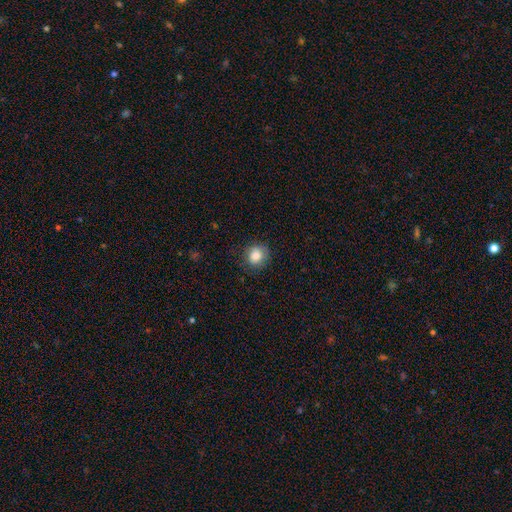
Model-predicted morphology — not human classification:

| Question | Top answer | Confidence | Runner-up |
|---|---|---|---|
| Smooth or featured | smooth | 81% | star or artifact (9%) |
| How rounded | round | 81% | in between (18%) |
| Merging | none | 81% | minor disturbance (14%) |